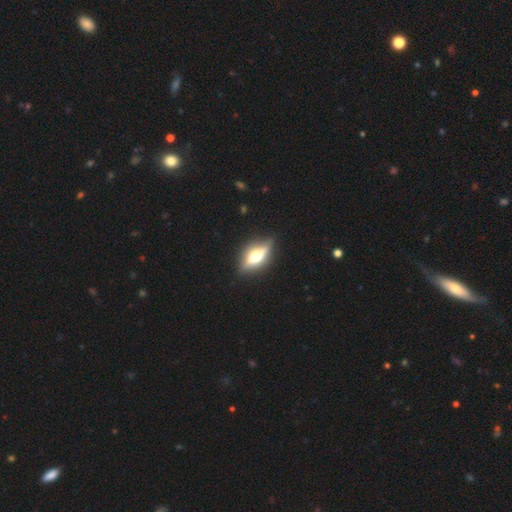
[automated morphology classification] smooth_or_featured: featured or disk (p=0.66) [alt: smooth p=0.27]
disk_edge_on: yes (p=0.90) [alt: no p=0.10]
edge_on_bulge: rounded (p=0.93) [alt: boxy p=0.06]
merging: none (p=0.85) [alt: minor disturbance p=0.11]